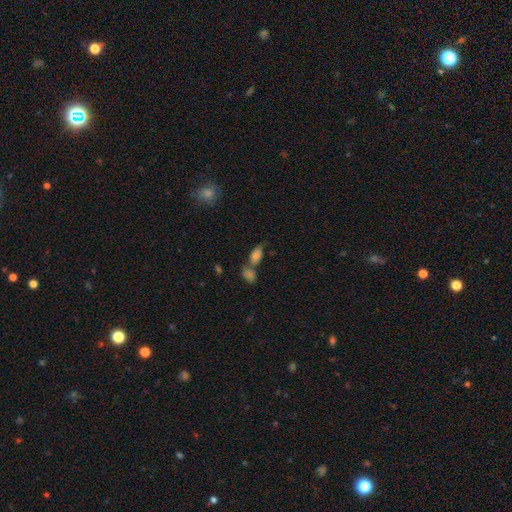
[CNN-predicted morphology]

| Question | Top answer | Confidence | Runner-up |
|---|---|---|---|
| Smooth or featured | smooth | 73% | star or artifact (14%) |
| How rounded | in between | 87% | round (9%) |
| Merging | merger | 45% | none (38%) |